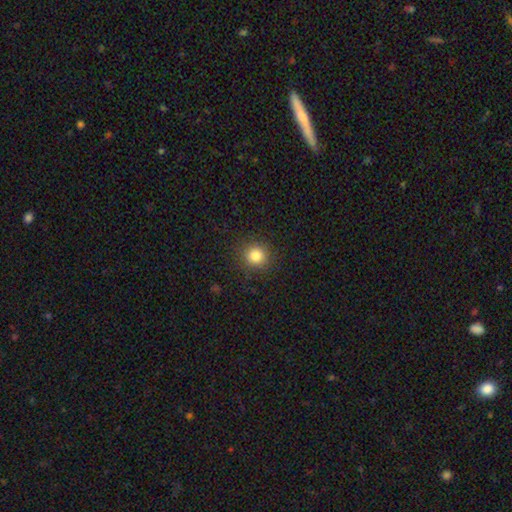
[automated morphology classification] Smooth or featured?
  - smooth: 83% *
  - star or artifact: 12%
  - featured or disk: 5%
How rounded?
  - round: 93% *
  - in between: 6%
  - cigar-shaped: 1%
Merging?
  - none: 90% *
  - minor disturbance: 7%
  - major disturbance: 3%
  - merger: 1%